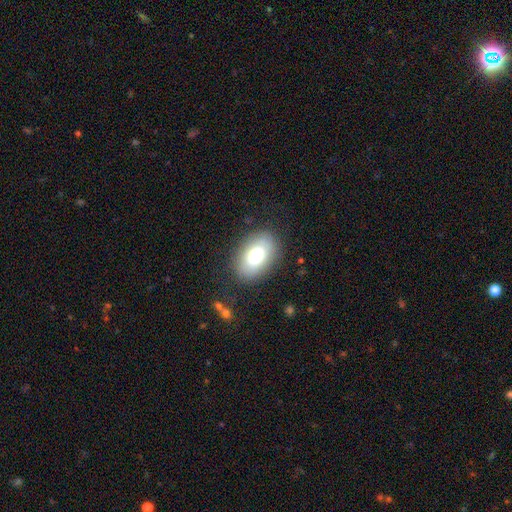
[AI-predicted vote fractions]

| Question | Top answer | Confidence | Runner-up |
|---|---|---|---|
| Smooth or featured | smooth | 72% | featured or disk (19%) |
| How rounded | in between | 85% | round (13%) |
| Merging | none | 83% | minor disturbance (11%) |